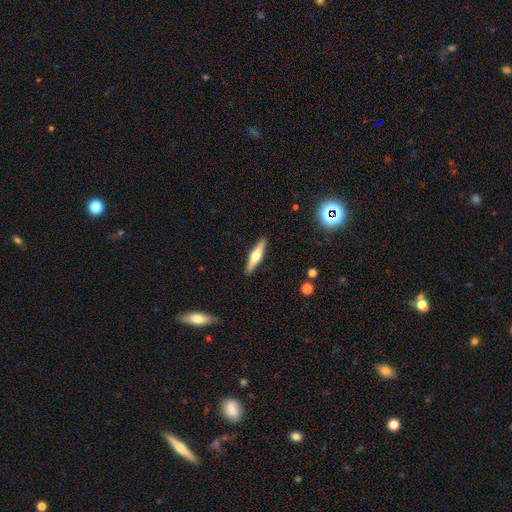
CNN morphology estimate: Q: Smooth or featured?
A: featured or disk (53%); runner-up: smooth (41%)
Q: Edge-on disk?
A: yes (94%); runner-up: no (6%)
Q: Edge-on bulge?
A: rounded (93%); runner-up: none (4%)
Q: Merging?
A: none (91%); runner-up: minor disturbance (7%)